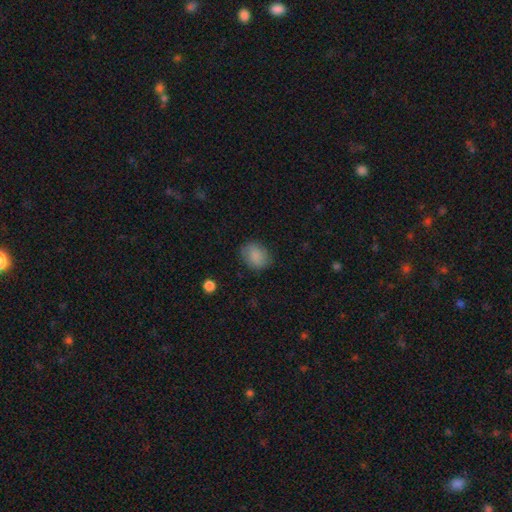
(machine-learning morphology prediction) Smooth or featured? smooth (85%)
How rounded? in between (56%)
Merging? none (81%)